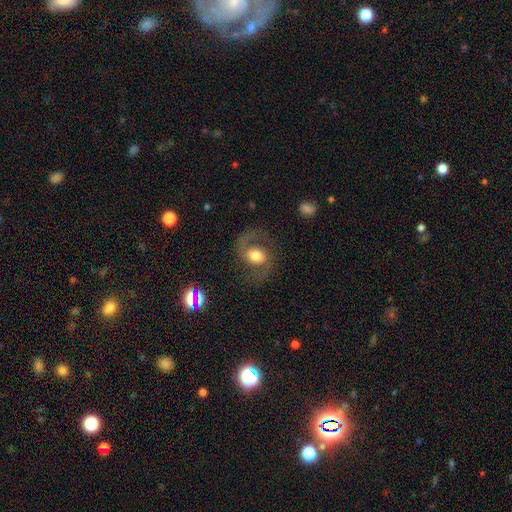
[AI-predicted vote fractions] The model was most divided on "bar": no: 52%, weak: 35%, strong: 12%. More confident: edge-on disk — no (97%); spiral arms — yes (91%); spiral arm count — 2 (89%); smooth or featured — featured or disk (75%); merging — none (73%); bulge size — moderate (59%); spiral winding — medium (55%).